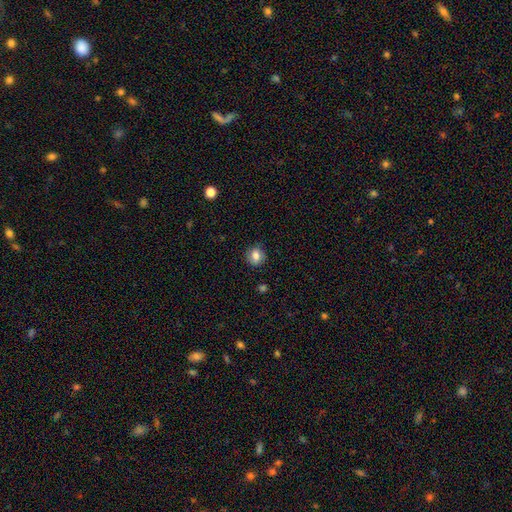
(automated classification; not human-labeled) This is likely a smooth galaxy (79%). How rounded: likely round (77%). Merging: clearly none (86%).